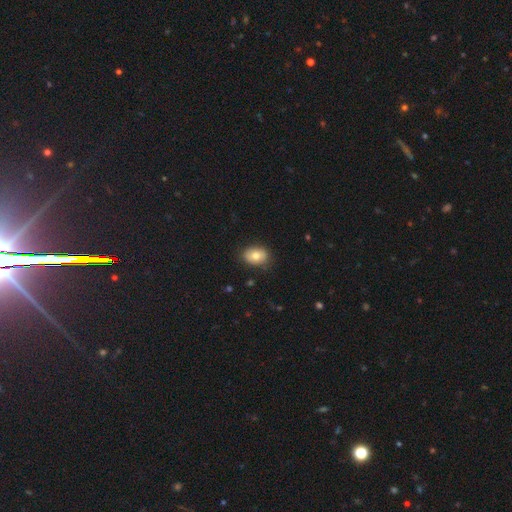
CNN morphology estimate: Q: Smooth or featured?
A: smooth (78%); runner-up: featured or disk (14%)
Q: How rounded?
A: in between (69%); runner-up: round (30%)
Q: Merging?
A: none (83%); runner-up: minor disturbance (13%)